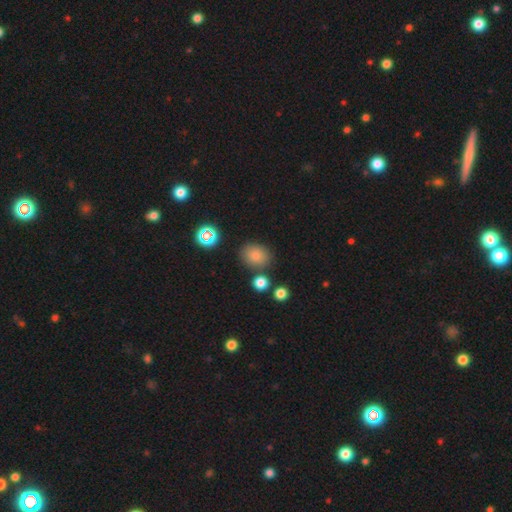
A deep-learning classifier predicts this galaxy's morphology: This is likely a smooth galaxy (79%). How rounded: possibly round (57%). Merging: likely none (76%).